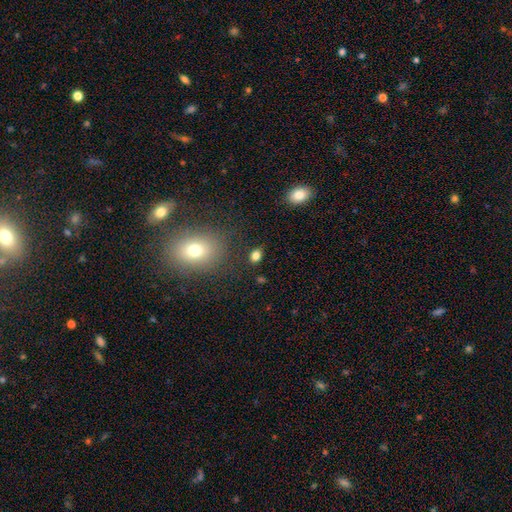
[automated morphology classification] smooth-or-featured: smooth: 81% | star or artifact: 13% | featured or disk: 7%
  how-rounded: in between: 75% | round: 23% | cigar-shaped: 2%
  merging: none: 83% | minor disturbance: 11% | major disturbance: 4% | merger: 3%